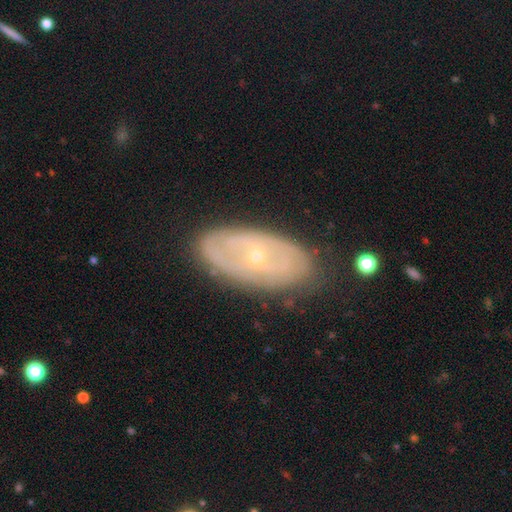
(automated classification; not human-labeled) smooth_or_featured: featured or disk (p=0.69) [alt: smooth p=0.25]
disk_edge_on: no (p=0.90) [alt: yes p=0.10]
bar: no (p=0.75) [alt: weak p=0.19]
has_spiral_arms: yes (p=0.54) [alt: no p=0.46]
bulge_size: small (p=0.79) [alt: moderate p=0.18]
merging: none (p=0.78) [alt: minor disturbance p=0.16]